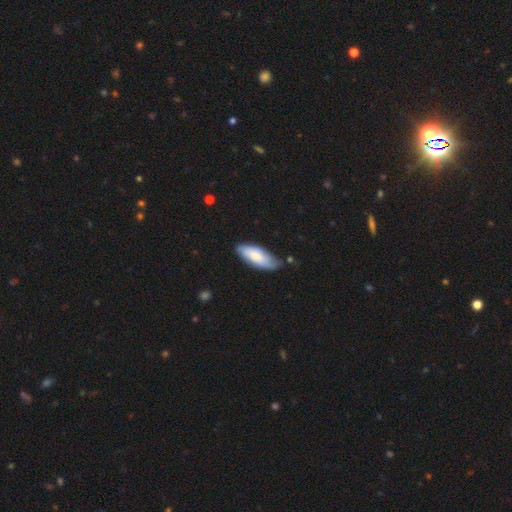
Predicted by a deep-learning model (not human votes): Smooth or featured? smooth (69%)
How rounded? in between (76%)
Merging? none (66%)